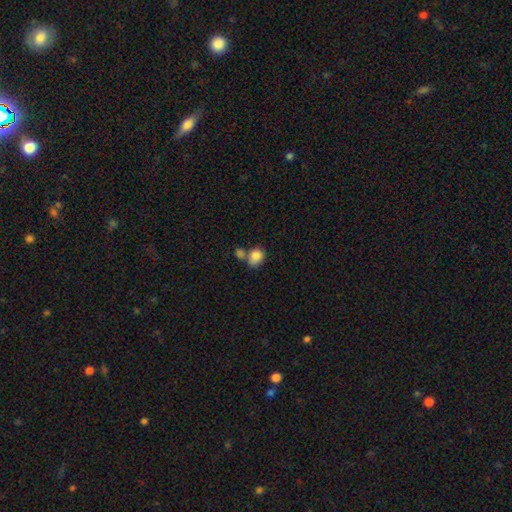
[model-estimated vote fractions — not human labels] Smooth or featured?
  - smooth: 83% *
  - featured or disk: 8%
  - star or artifact: 8%
How rounded?
  - round: 61% *
  - in between: 38%
  - cigar-shaped: 1%
Merging?
  - none: 42% *
  - merger: 40%
  - minor disturbance: 13%
  - major disturbance: 5%